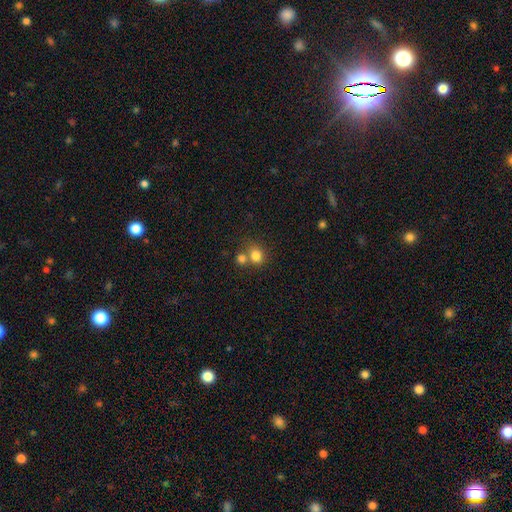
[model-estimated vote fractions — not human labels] A smooth galaxy with no disk features (81%) that is round (70%). Merging: none (49%).